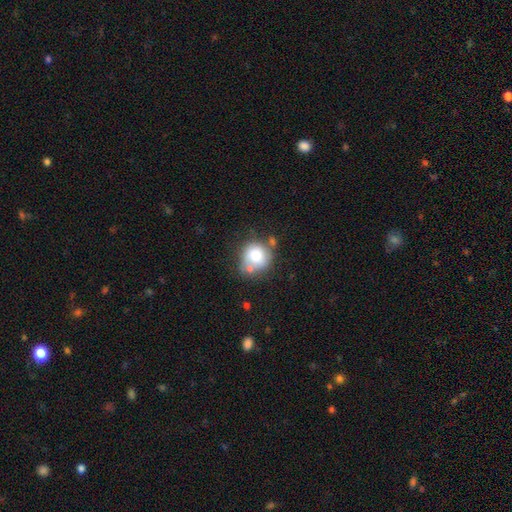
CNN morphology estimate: A smooth galaxy with no disk features (74%) that is round (81%).

Vote fractions:
- Smooth or featured? smooth: 74% / featured or disk: 18% / star or artifact: 8%
- How rounded? round: 81% / in between: 18% / cigar-shaped: 1%
- Merging? none: 48% / merger: 23% / minor disturbance: 21% / major disturbance: 8%